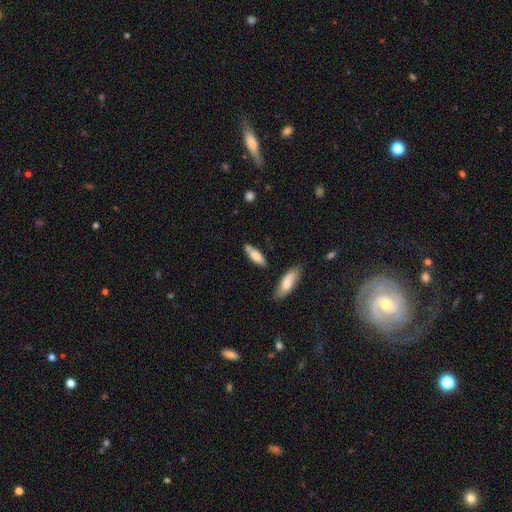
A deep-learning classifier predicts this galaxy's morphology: Smooth or featured?
  - smooth: 74% *
  - featured or disk: 20%
  - star or artifact: 7%
How rounded?
  - in between: 51% *
  - cigar-shaped: 47%
  - round: 2%
Merging?
  - none: 63% *
  - minor disturbance: 19%
  - merger: 13%
  - major disturbance: 5%